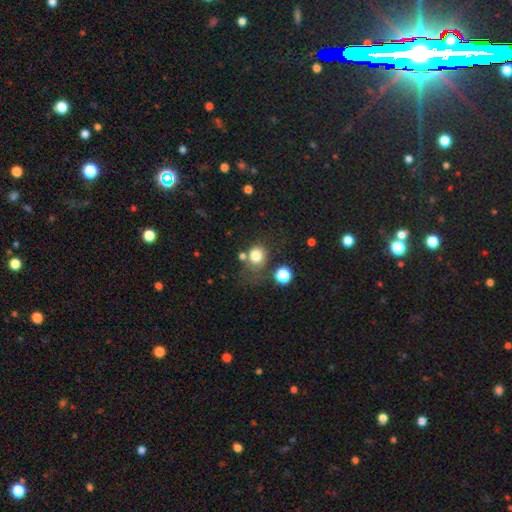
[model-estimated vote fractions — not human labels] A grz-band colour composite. It shows a smooth galaxy with no disk features (79%) that is round (75%). Merging: none (60%).